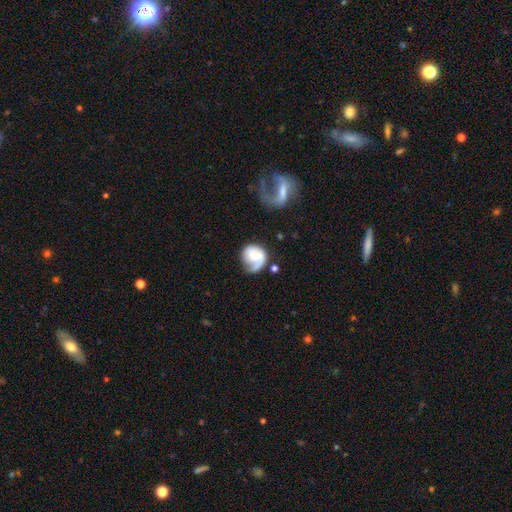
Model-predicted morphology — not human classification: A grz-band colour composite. It shows a featured or disk galaxy (59%) with no bar (62%), spiral arms (85%) and a small central bulge (47%). Merging: none (48%).